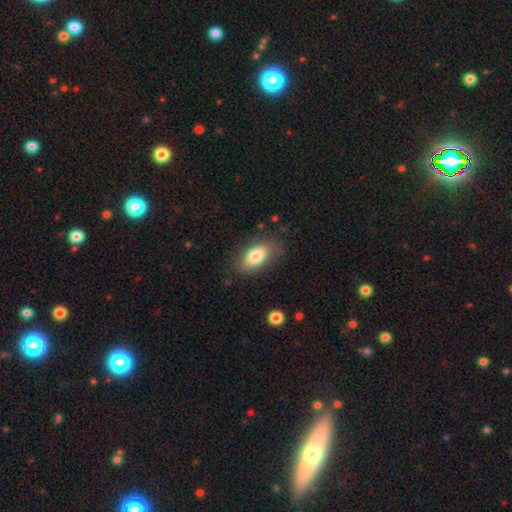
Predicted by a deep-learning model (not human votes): Smooth or featured? smooth (75%)
How rounded? in between (90%)
Merging? none (75%)